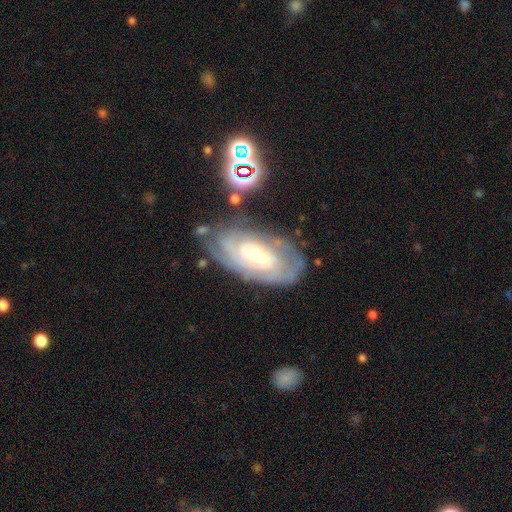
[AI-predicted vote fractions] A featured or disk galaxy (76%) with no bar (57%), tight (72%) spiral arms (88%) and a moderate central bulge (51%).

Vote fractions:
- Smooth or featured? featured or disk: 76% / smooth: 17% / star or artifact: 8%
- Edge-on disk? no: 93% / yes: 7%
- Bar? no: 57% / weak: 33% / strong: 9%
- Spiral arms? yes: 88% / no: 12%
- Spiral winding? tight: 72% / medium: 22% / loose: 6%
- Spiral arm count? can't tell: 57% / 2: 17% / 3: 11% / 4: 7% / 1: 4% / more than 4: 4%
- Bulge size? moderate: 51% / small: 36% / large: 9% / none: 2% / dominant: 1%
- Merging? none: 68% / minor disturbance: 20% / major disturbance: 8% / merger: 3%